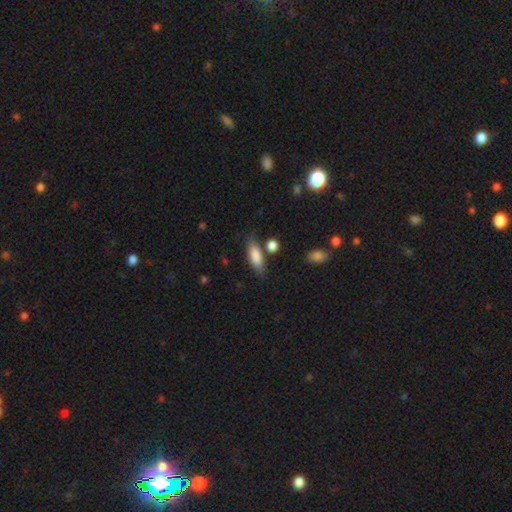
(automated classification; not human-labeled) Q: Smooth or featured?
A: smooth (83%); runner-up: featured or disk (11%)
Q: How rounded?
A: in between (60%); runner-up: cigar-shaped (37%)
Q: Merging?
A: none (73%); runner-up: minor disturbance (15%)